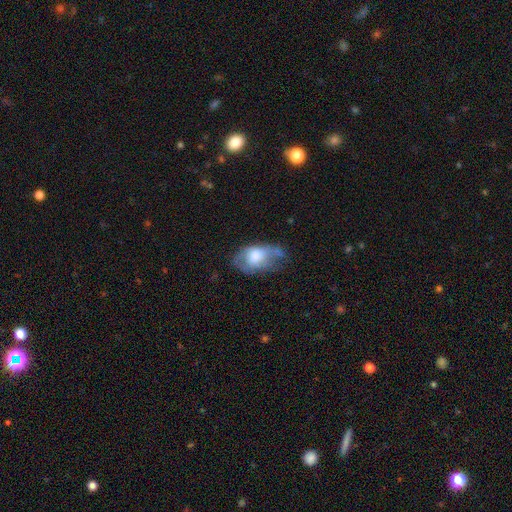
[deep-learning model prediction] Q: Smooth or featured?
A: smooth (55%); runner-up: featured or disk (38%)
Q: How rounded?
A: in between (87%); runner-up: round (10%)
Q: Merging?
A: minor disturbance (36%); runner-up: none (31%)